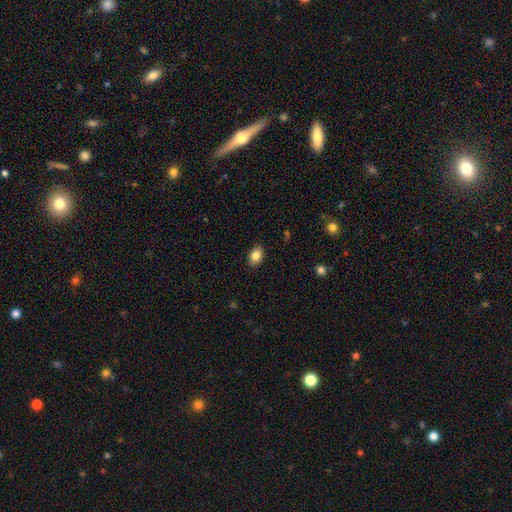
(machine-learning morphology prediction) type=smooth (85%); roundness=in between (83%); merging=none (88%).